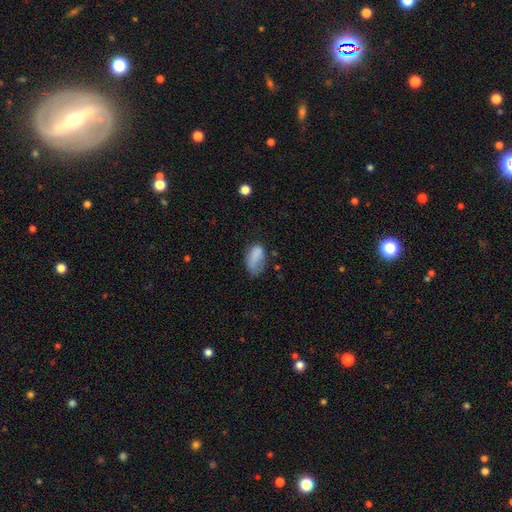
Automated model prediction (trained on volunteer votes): This is likely a smooth galaxy (79%). How rounded: clearly in between (92%). Merging: marginally none (37%).